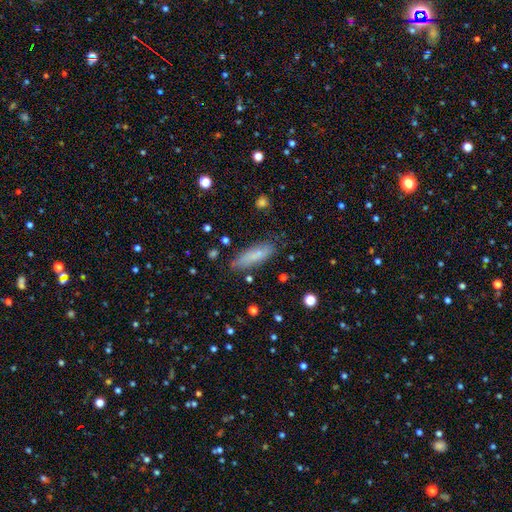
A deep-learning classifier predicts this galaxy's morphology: A smooth galaxy with no disk features (69%) that is cigar-shaped (63%).

Vote fractions:
- Smooth or featured? smooth: 69% / featured or disk: 20% / star or artifact: 11%
- How rounded? cigar-shaped: 63% / in between: 35% / round: 2%
- Merging? none: 79% / minor disturbance: 15% / major disturbance: 3% / merger: 2%